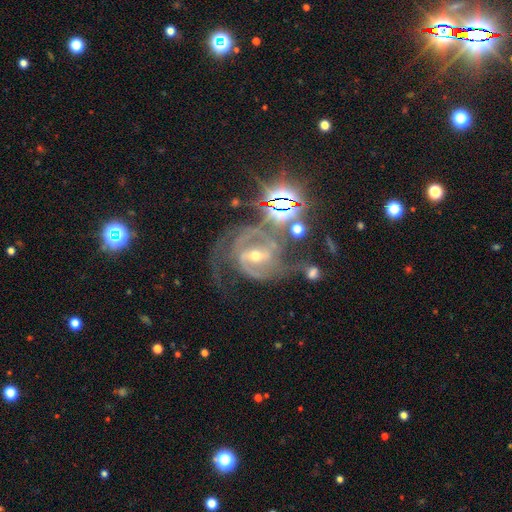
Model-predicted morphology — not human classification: type=featured or disk (83%); edge-on=no (97%); bar=strong (43%); spiral arms=yes (97%); winding=medium (48%); arm count=2 (55%); bulge=moderate (48%, tied with small); merging=none (50%).